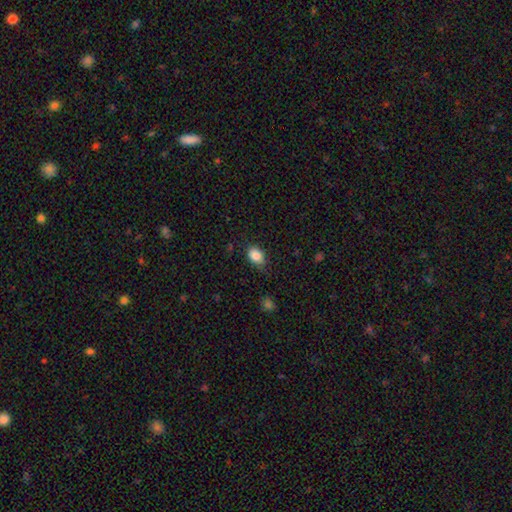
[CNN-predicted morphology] The model was most divided on "merging": none: 74%, minor disturbance: 21%, major disturbance: 4%, merger: 1%. More confident: smooth or featured — smooth (86%); how rounded — in between (77%).